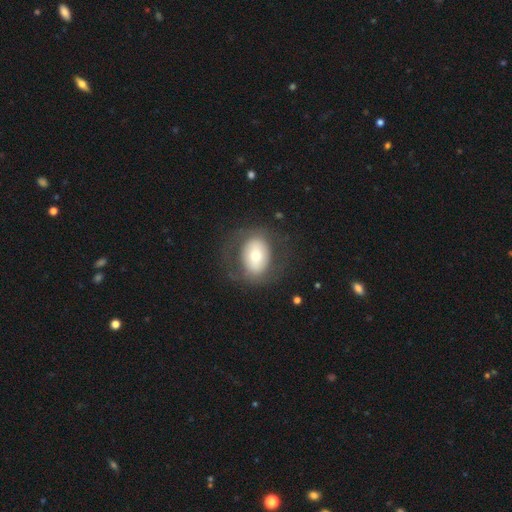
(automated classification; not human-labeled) A smooth galaxy with no disk features (54%) that is in between round and cigar-shaped (55%). Merging: none (71%).